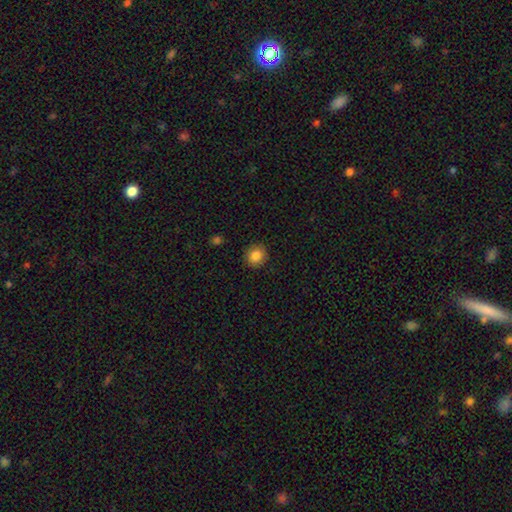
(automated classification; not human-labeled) Smooth or featured: smooth — 85% (star or artifact — 10%)
How rounded: round — 86% (in between — 13%)
Merging: none — 90% (minor disturbance — 7%)